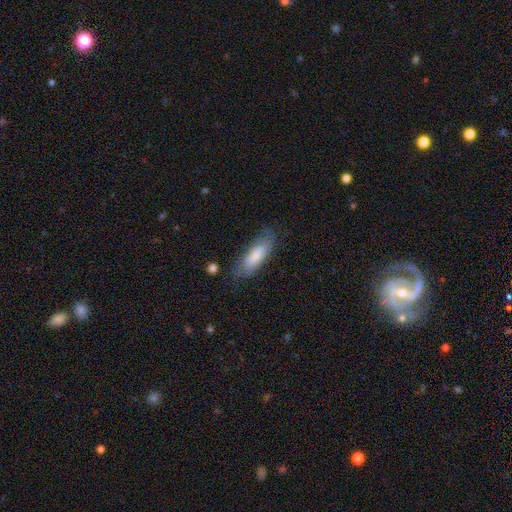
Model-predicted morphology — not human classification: Smooth or featured? smooth (68%)
How rounded? in between (64%)
Merging? none (68%)